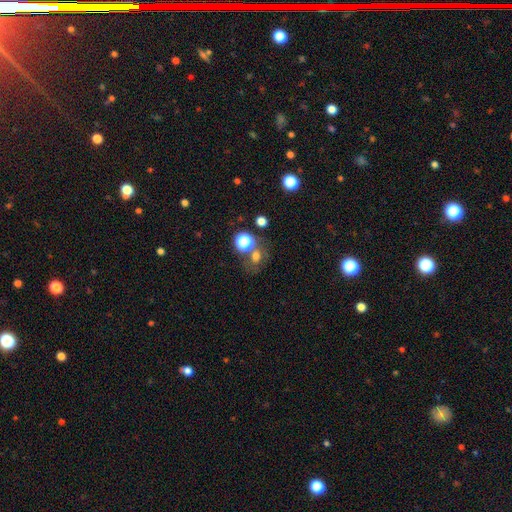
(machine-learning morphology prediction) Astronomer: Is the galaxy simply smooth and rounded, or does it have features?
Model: smooth — 61%.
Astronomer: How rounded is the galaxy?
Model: round — 61% (runner-up: in between, 37%).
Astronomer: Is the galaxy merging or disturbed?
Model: none — 51%.